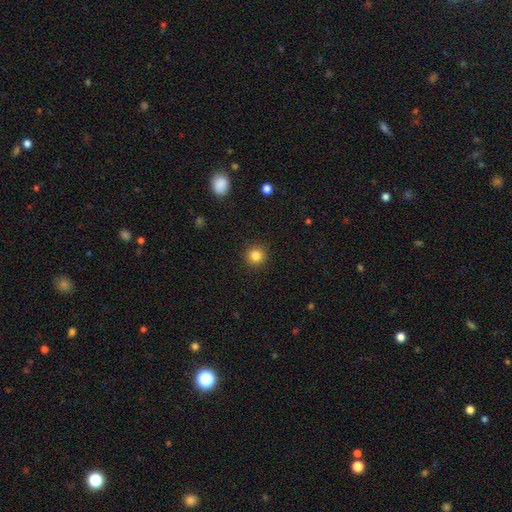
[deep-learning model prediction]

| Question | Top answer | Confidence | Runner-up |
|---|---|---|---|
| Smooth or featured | smooth | 85% | star or artifact (11%) |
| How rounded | round | 94% | in between (5%) |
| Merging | none | 91% | minor disturbance (6%) |